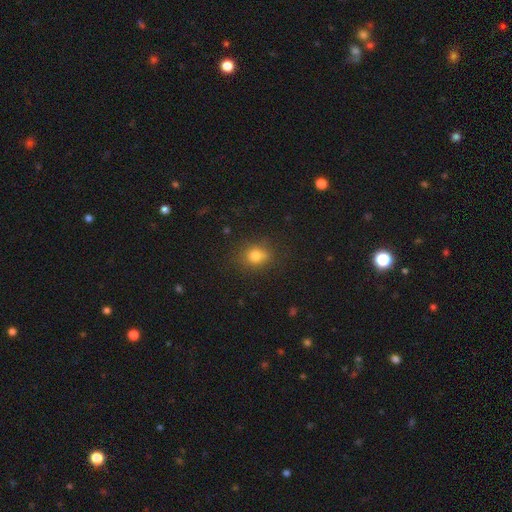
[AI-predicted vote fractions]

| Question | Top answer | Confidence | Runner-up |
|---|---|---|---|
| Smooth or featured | smooth | 76% | star or artifact (14%) |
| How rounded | round | 62% | in between (36%) |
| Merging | none | 71% | minor disturbance (18%) |